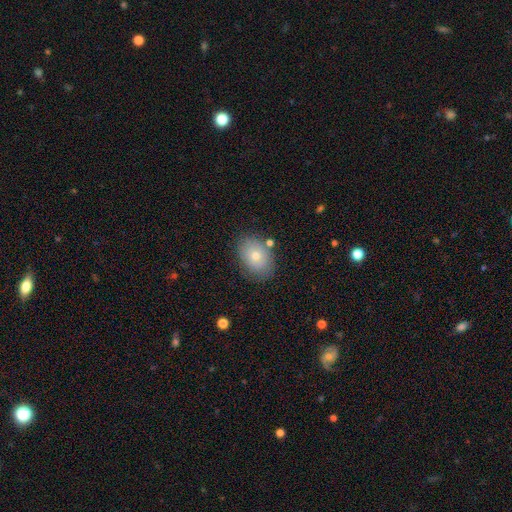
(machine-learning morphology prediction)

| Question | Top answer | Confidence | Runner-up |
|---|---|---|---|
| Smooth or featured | smooth | 72% | featured or disk (18%) |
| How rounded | in between | 70% | round (29%) |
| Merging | none | 77% | minor disturbance (14%) |